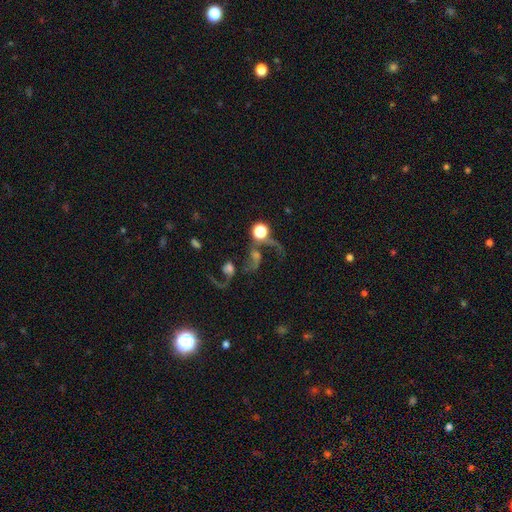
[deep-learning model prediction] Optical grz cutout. It shows a star or artifact, not a galaxy (50%).